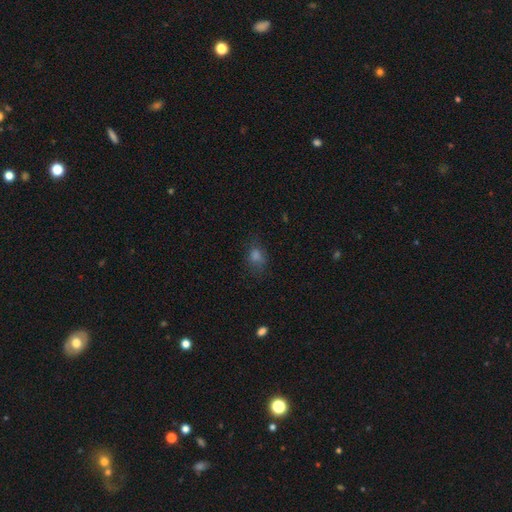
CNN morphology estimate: Q: Smooth or featured?
A: smooth (68%); runner-up: star or artifact (22%)
Q: How rounded?
A: in between (51%); runner-up: round (47%)
Q: Merging?
A: none (69%); runner-up: minor disturbance (19%)